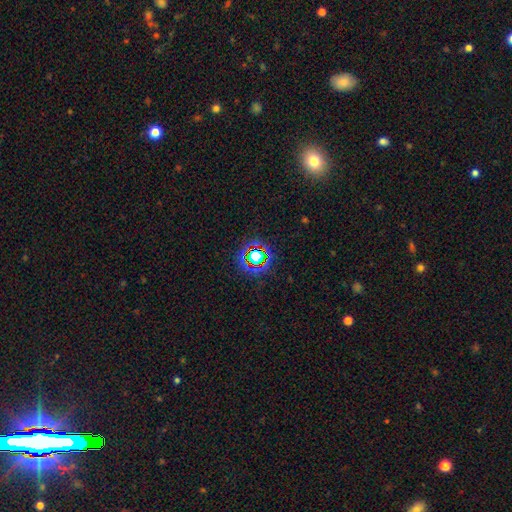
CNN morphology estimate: The model was most divided on "smooth or featured": star or artifact: 65%, smooth: 23%, featured or disk: 12%.